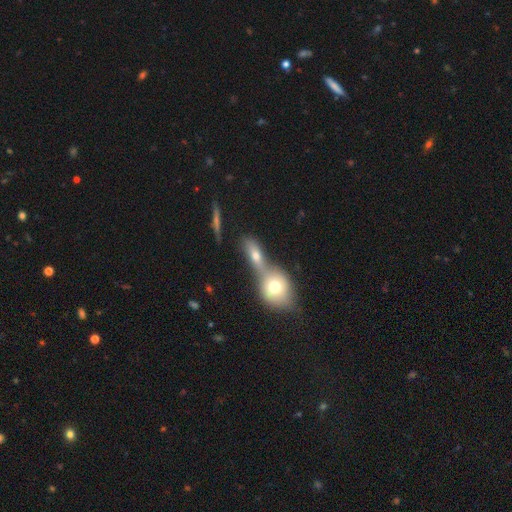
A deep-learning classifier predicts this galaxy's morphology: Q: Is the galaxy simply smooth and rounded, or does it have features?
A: smooth — 63%.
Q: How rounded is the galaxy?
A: in between — 55%.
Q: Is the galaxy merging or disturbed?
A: merger — 58%.